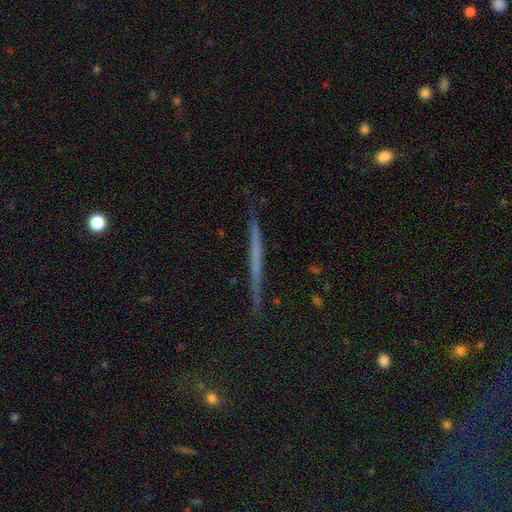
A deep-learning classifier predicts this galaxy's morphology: featured or disk 58%, smooth 34%, star or artifact 8%. Down the decision tree: edge-on disk — yes (97%); edge-on bulge — none (89%); merging — none (88%).